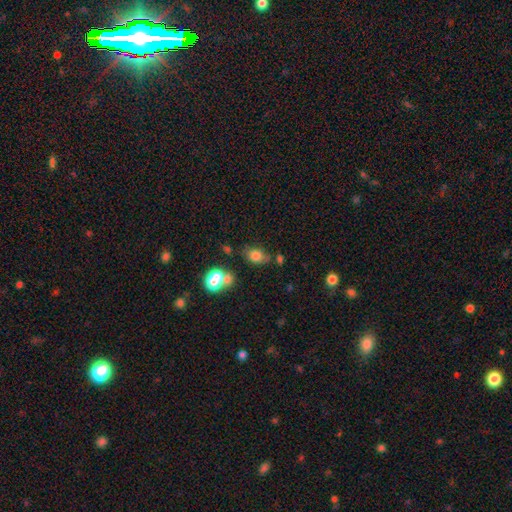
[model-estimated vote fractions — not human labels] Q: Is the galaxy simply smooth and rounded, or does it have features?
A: smooth — 77%.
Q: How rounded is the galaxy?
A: in between — 75%.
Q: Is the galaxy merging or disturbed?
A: none — 59%.